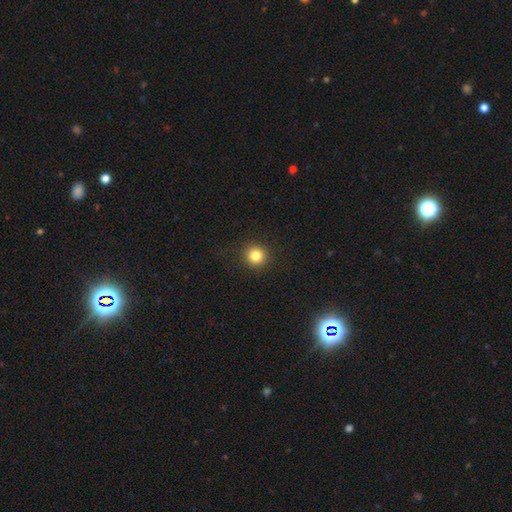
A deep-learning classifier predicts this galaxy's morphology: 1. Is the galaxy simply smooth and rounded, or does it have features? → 83% smooth, 12% star or artifact, 5% featured or disk.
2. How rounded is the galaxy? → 94% round, 5% in between, 1% cigar-shaped.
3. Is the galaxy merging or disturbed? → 92% none, 5% minor disturbance, 2% major disturbance, 1% merger.